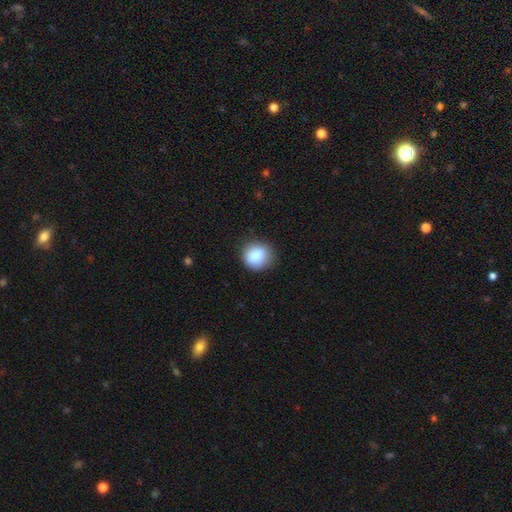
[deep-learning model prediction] Morphology: type=smooth (87%); roundness=round (79%); merging=none (82%).